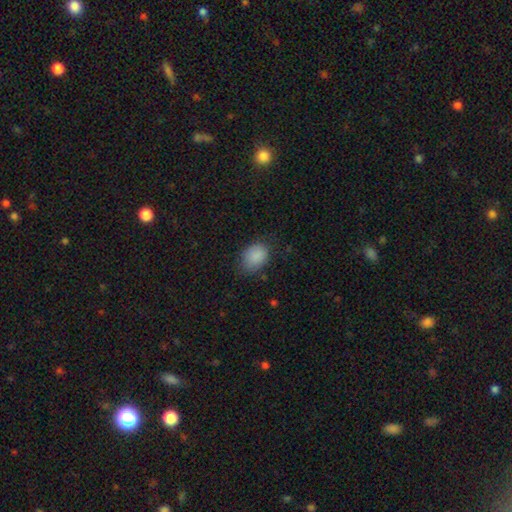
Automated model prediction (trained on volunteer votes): smooth-or-featured: smooth: 87% | star or artifact: 8% | featured or disk: 5%
  how-rounded: in between: 69% | round: 30% | cigar-shaped: 1%
  merging: none: 68% | minor disturbance: 25% | major disturbance: 6% | merger: 1%